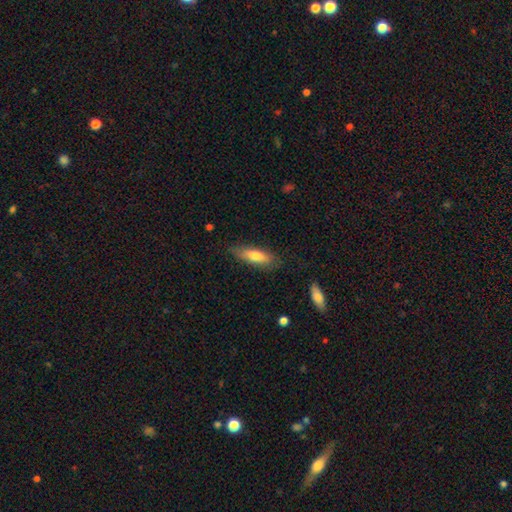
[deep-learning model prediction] Overall: smooth (72%). How rounded: cigar-shaped (53%; in between 45%). Merging: none (79%).